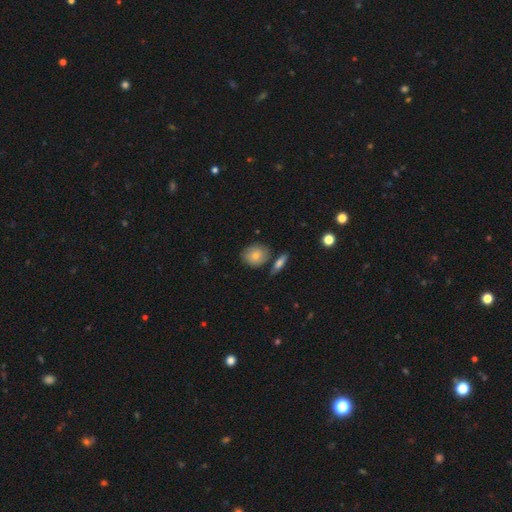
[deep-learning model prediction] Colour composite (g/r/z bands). It shows a smooth galaxy with no disk features (73%) that is round (73%). Merging: none (72%).